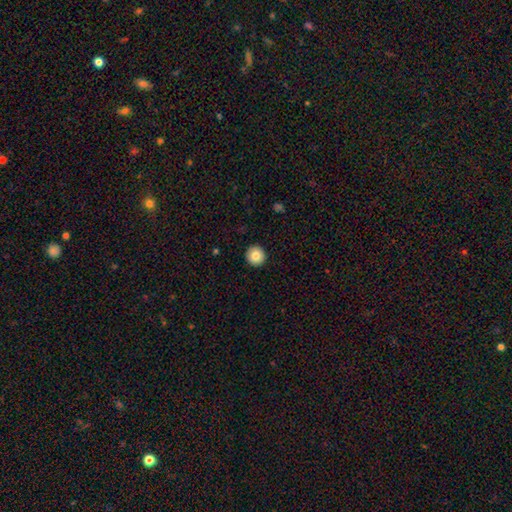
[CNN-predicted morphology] Smooth or featured: smooth — 84% (star or artifact — 9%)
How rounded: round — 95% (in between — 4%)
Merging: none — 93% (minor disturbance — 4%)